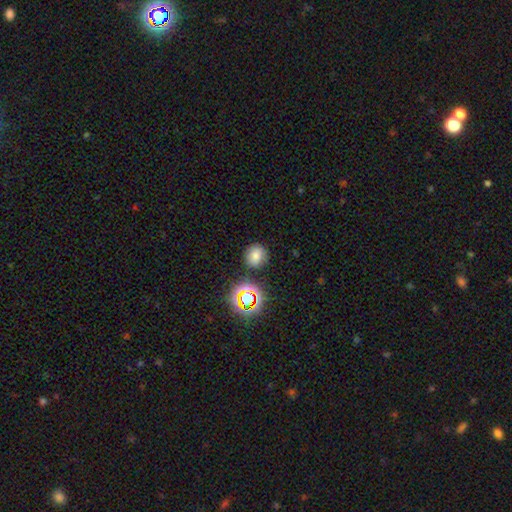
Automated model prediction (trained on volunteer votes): Smooth or featured? smooth (70%)
How rounded? round (85%)
Merging? none (83%)